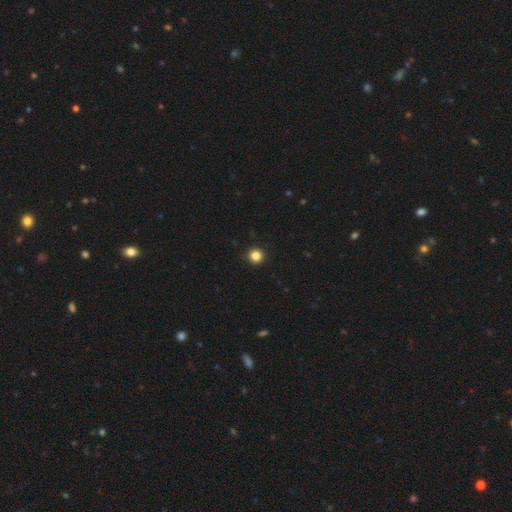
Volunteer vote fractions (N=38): Morphology: type=smooth (87%); roundness=round (94%); merging=none (92%).